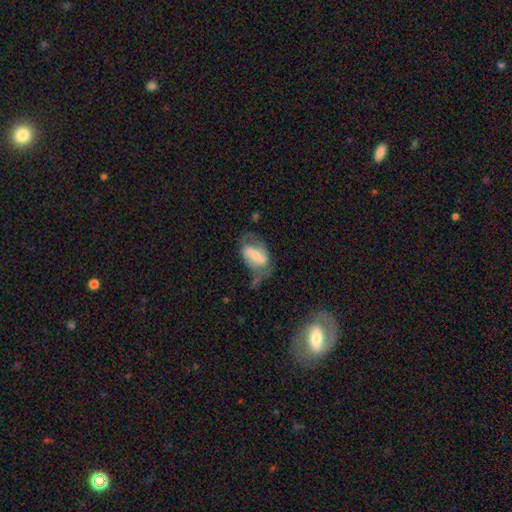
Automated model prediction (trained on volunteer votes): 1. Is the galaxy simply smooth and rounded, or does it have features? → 59% featured or disk, 34% smooth, 7% star or artifact.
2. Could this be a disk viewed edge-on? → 94% no, 6% yes.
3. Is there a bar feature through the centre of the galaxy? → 41% strong, 35% weak, 24% no.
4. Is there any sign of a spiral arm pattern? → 66% yes, 34% no.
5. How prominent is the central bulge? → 44% small, 39% moderate, 9% large, 6% none, 2% dominant.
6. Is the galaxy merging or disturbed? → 38% none, 32% major disturbance, 26% minor disturbance, 5% merger.